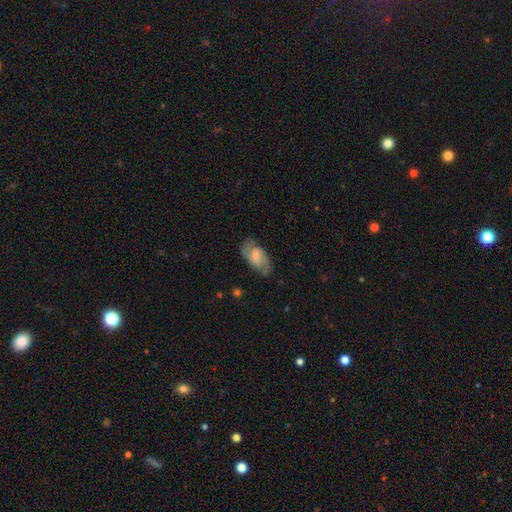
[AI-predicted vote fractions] smooth_or_featured: featured or disk (p=0.68) [alt: smooth p=0.25]
disk_edge_on: no (p=0.95) [alt: yes p=0.05]
bar: no (p=0.46) [alt: weak p=0.43]
has_spiral_arms: yes (p=0.89) [alt: no p=0.11]
spiral_winding: medium (p=0.49) [alt: tight p=0.30]
spiral_arm_count: 2 (p=0.82) [alt: can't tell p=0.11]
bulge_size: small (p=0.44) [alt: moderate p=0.43]
merging: none (p=0.75) [alt: minor disturbance p=0.17]